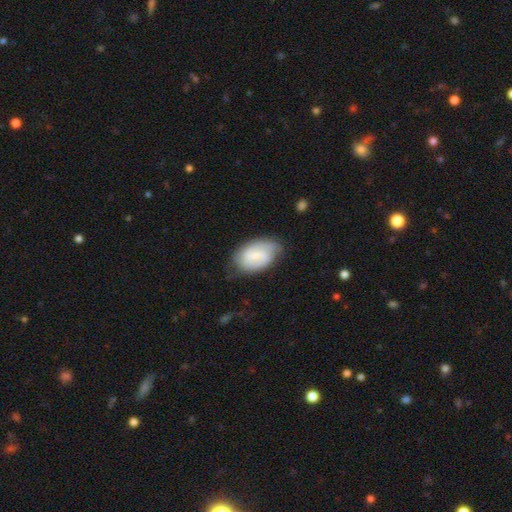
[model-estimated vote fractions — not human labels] Smooth or featured: featured or disk — 48% (smooth — 46%)
Merging: none — 66% (minor disturbance — 25%)